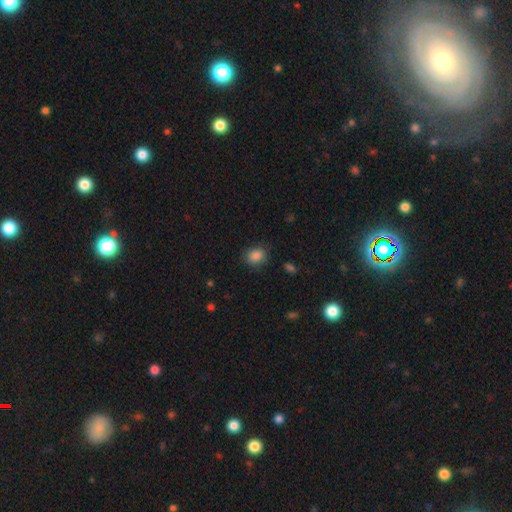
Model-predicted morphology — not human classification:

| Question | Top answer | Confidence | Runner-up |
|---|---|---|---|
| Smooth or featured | smooth | 87% | star or artifact (9%) |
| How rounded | round | 52% | in between (47%) |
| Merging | none | 81% | minor disturbance (14%) |